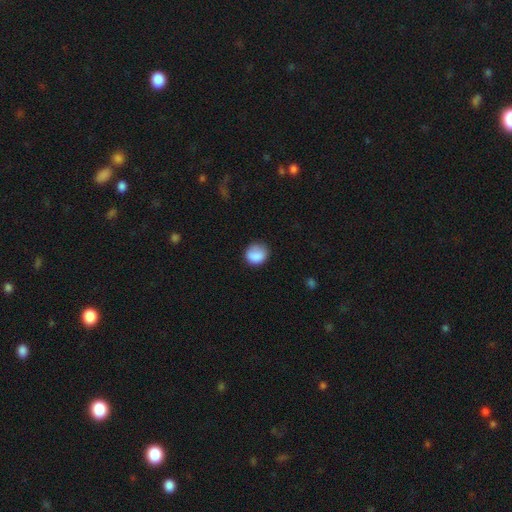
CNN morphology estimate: smooth 86%, star or artifact 8%, featured or disk 6%. Down the decision tree: how rounded — round (78%); merging — none (75%).